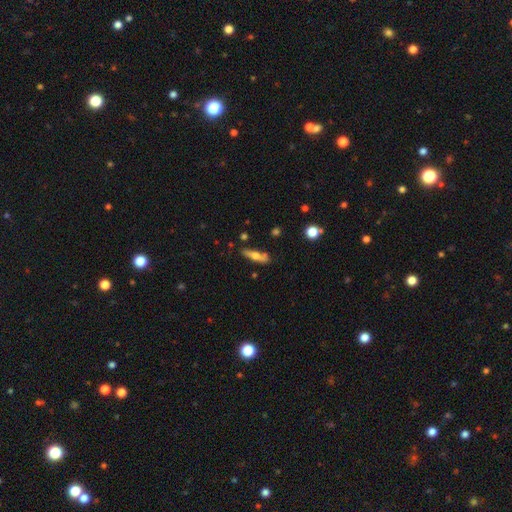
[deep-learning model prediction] The model was most divided on "smooth or featured": smooth: 49%, featured or disk: 44%, star or artifact: 7%. More confident: merging — none (73%).